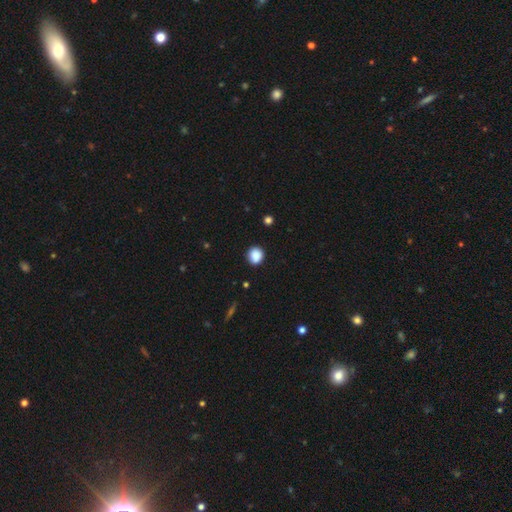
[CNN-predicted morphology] A smooth galaxy with no disk features (88%) that is round (85%).

Vote fractions:
- Smooth or featured? smooth: 88% / star or artifact: 9% / featured or disk: 3%
- How rounded? round: 85% / in between: 14% / cigar-shaped: 1%
- Merging? none: 87% / minor disturbance: 9% / major disturbance: 2% / merger: 1%